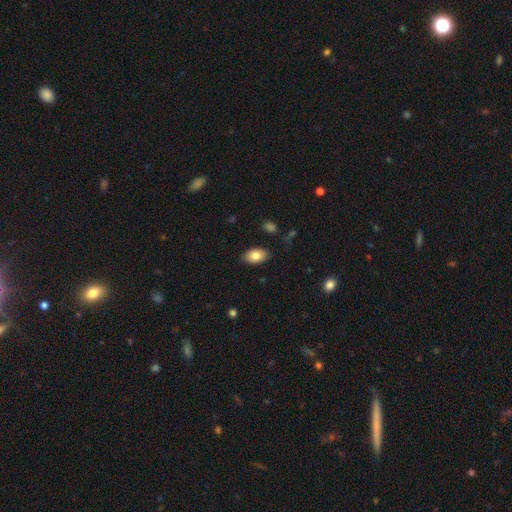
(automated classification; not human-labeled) smooth-or-featured: smooth: 82% | featured or disk: 11% | star or artifact: 7%
  how-rounded: in between: 93% | round: 6% | cigar-shaped: 1%
  merging: none: 86% | minor disturbance: 10% | major disturbance: 2% | merger: 1%